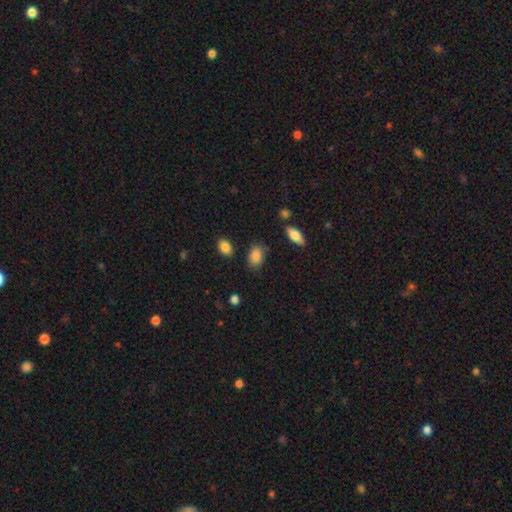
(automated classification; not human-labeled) Smooth or featured?
  - smooth: 86% *
  - star or artifact: 8%
  - featured or disk: 6%
How rounded?
  - in between: 81% *
  - round: 17%
  - cigar-shaped: 2%
Merging?
  - none: 80% *
  - minor disturbance: 14%
  - major disturbance: 3%
  - merger: 3%